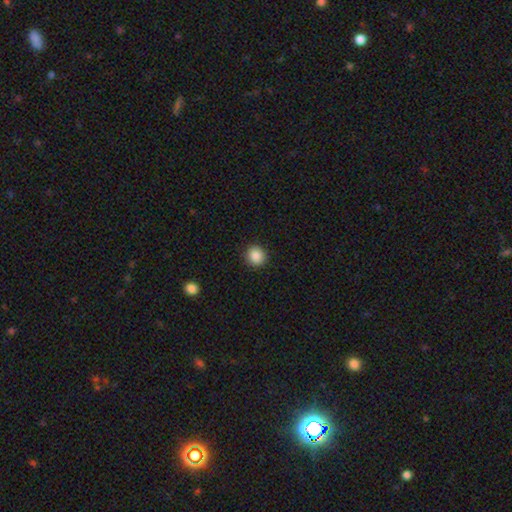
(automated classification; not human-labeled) Overall: smooth (88%). How rounded: round (91%). Merging: none (92%).